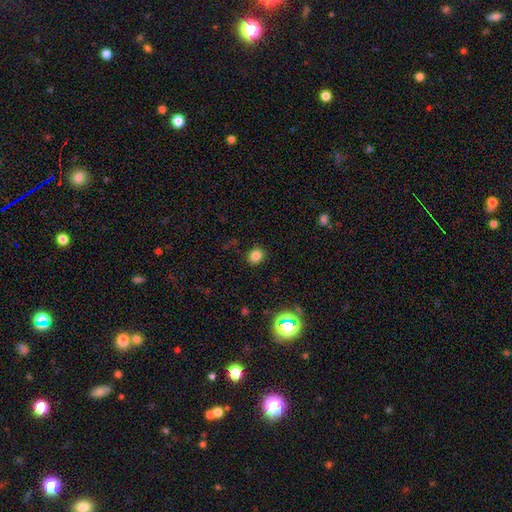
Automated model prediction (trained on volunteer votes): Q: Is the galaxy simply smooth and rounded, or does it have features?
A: smooth — 81%.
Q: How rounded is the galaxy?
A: round — 63%.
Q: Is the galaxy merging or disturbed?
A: none — 87%.